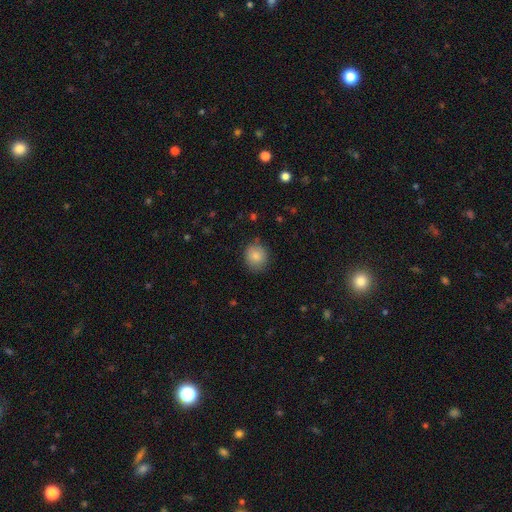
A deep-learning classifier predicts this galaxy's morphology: This is clearly a smooth galaxy (84%). How rounded: clearly round (83%). Merging: clearly none (82%).